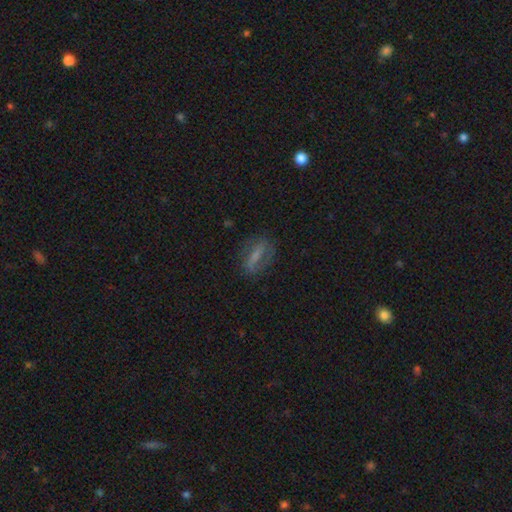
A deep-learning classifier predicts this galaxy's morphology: This is possibly a featured or disk galaxy (48%). Merging: likely none (73%).